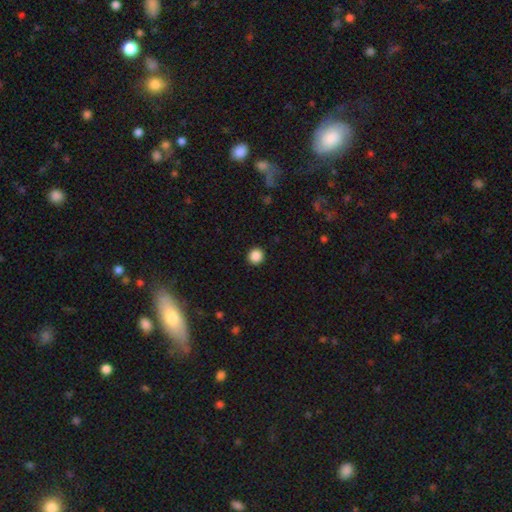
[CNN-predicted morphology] A smooth galaxy with no disk features (88%) that is round (94%). Merging: none (93%).